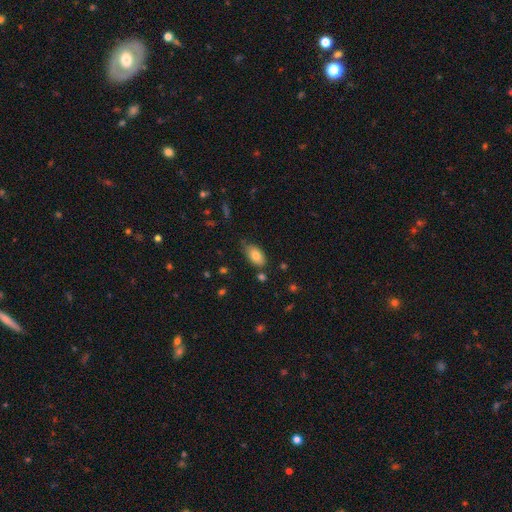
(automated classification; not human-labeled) smooth-or-featured: smooth: 80% | featured or disk: 12% | star or artifact: 8%
  how-rounded: in between: 93% | round: 4% | cigar-shaped: 3%
  merging: none: 71% | minor disturbance: 21% | merger: 4% | major disturbance: 4%